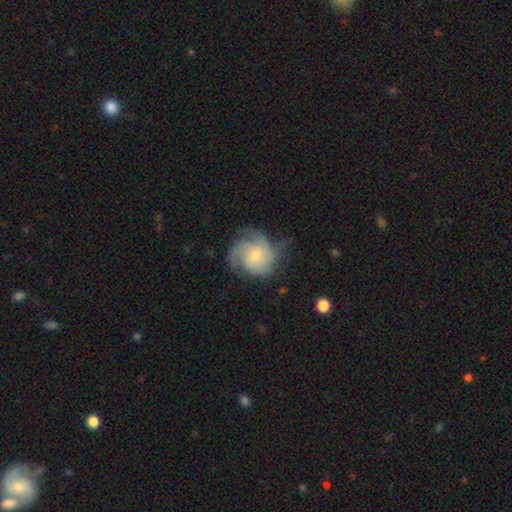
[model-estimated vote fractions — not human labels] Overall: featured or disk (77%). Edge-on disk: no (98%). Bar: no (71%). Spiral arms: yes (95%). Spiral arm count: 3 (43%; can't tell 17%). Spiral winding: medium (43%; tight 42%). Bulge size: small (54%; moderate 38%). Merging: none (60%; minor disturbance 24%).